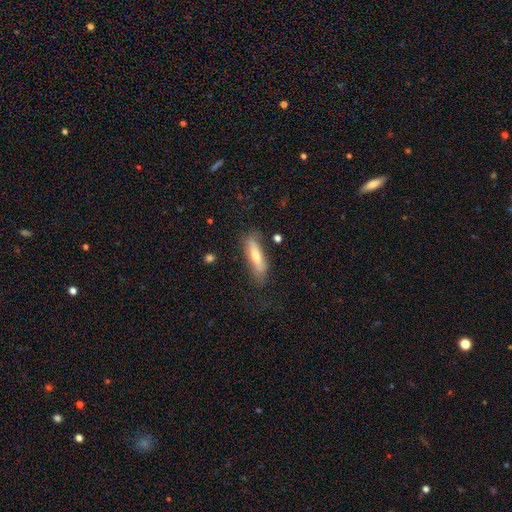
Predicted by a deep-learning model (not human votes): Smooth or featured: smooth — 59% (featured or disk — 34%)
How rounded: cigar-shaped — 68% (in between — 30%)
Merging: none — 75% (minor disturbance — 18%)